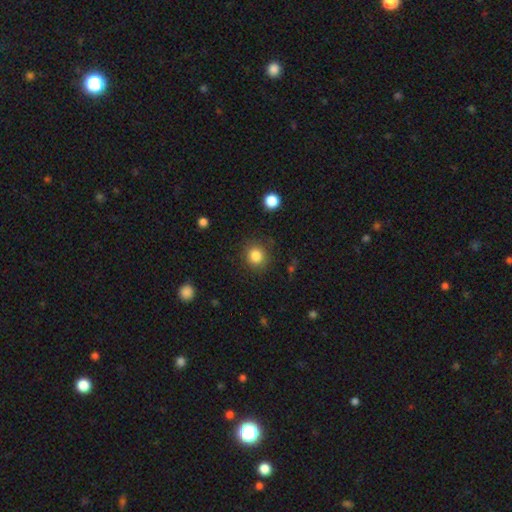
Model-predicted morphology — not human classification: The model was most divided on "smooth or featured": smooth: 84%, star or artifact: 11%, featured or disk: 5%. More confident: how rounded — round (88%); merging — none (86%).